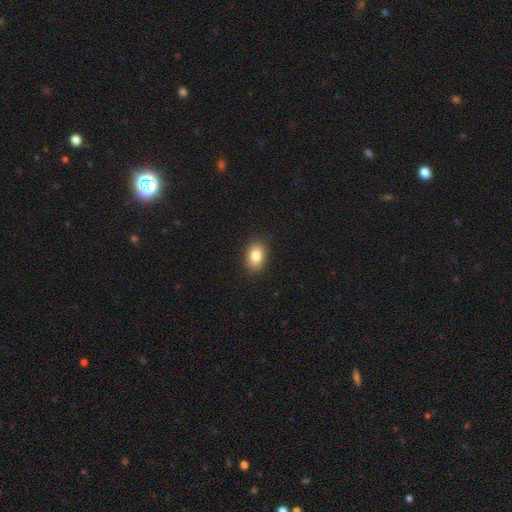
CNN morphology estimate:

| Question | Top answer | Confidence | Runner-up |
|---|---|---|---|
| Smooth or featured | smooth | 85% | star or artifact (8%) |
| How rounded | in between | 85% | round (14%) |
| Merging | none | 89% | minor disturbance (8%) |